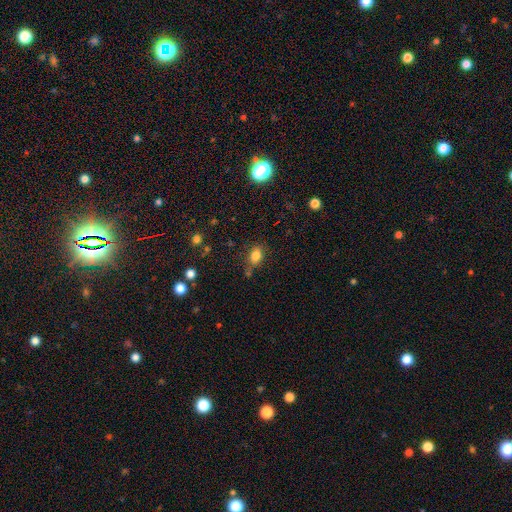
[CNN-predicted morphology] This appears to be a smooth galaxy with no disk features (80%) that is in between round and cigar-shaped (73%). Merging: none (69%).